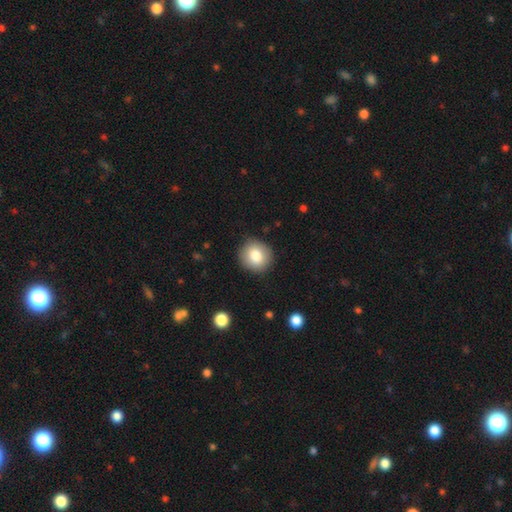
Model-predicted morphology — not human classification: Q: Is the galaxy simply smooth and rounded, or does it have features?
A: smooth — 81%.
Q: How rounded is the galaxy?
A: round — 86%.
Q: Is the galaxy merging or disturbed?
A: none — 89%.